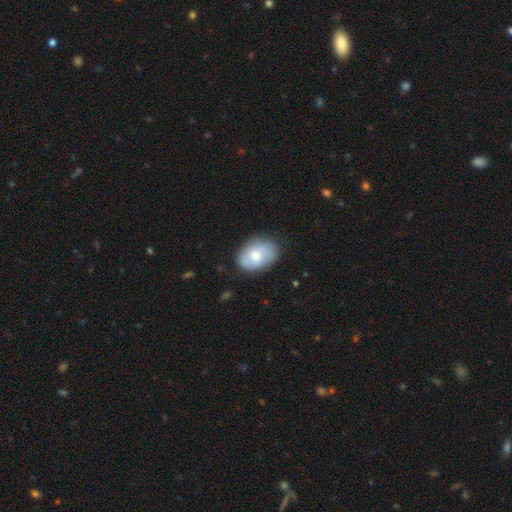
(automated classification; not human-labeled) This appears to be a smooth galaxy with no disk features (67%) that is in between round and cigar-shaped (78%). Merging: none (79%).